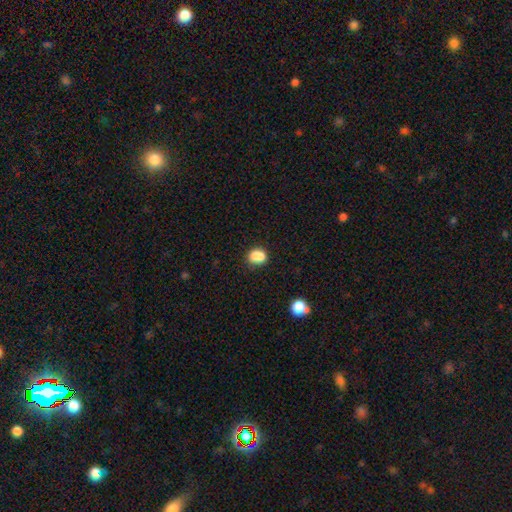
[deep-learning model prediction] smooth 80%, star or artifact 10%, featured or disk 10%. Down the decision tree: how rounded — round (55%); merging — none (53%).